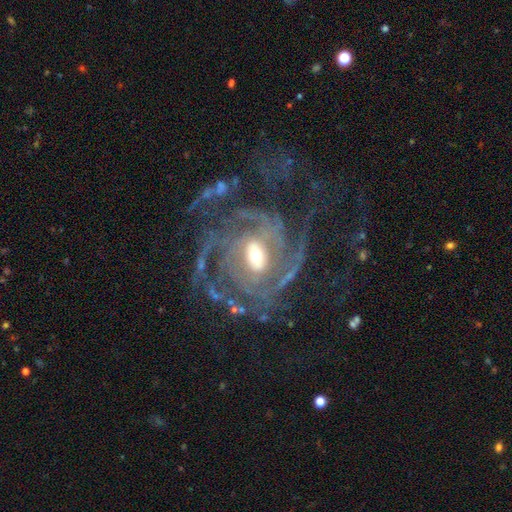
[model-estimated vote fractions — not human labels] featured or disk 91%, star or artifact 6%, smooth 4%. Down the decision tree: edge-on disk — no (97%); bar — weak (42%); spiral arms — yes (97%); spiral arm count — can't tell (21%, tied with 3); spiral winding — tight (47%); bulge size — moderate (55%); merging — none (61%).